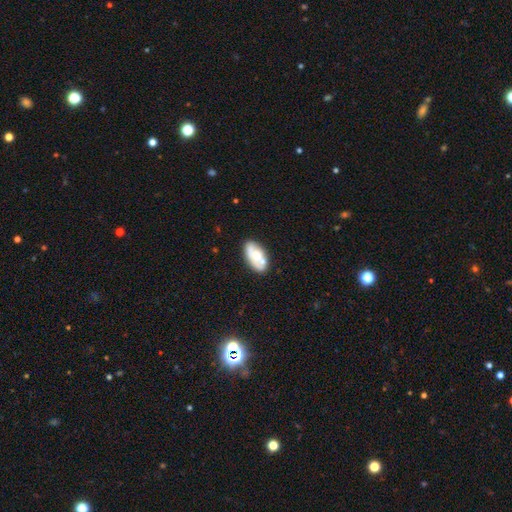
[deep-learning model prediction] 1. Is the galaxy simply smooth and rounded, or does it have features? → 53% smooth, 41% featured or disk, 7% star or artifact.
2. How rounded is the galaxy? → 93% in between, 4% round, 3% cigar-shaped.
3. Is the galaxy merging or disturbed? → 58% none, 19% minor disturbance, 17% merger, 6% major disturbance.